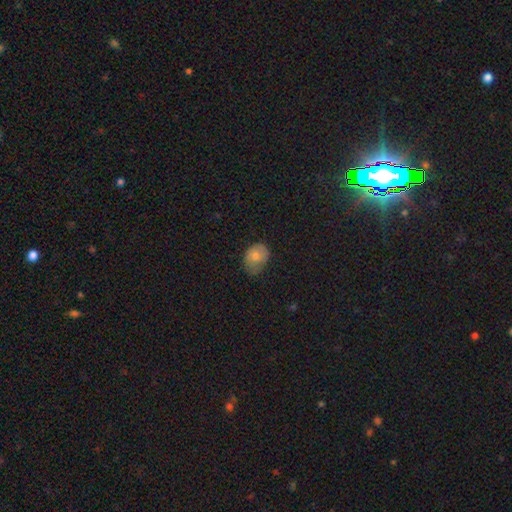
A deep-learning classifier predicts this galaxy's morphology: Smooth or featured? smooth (76%)
How rounded? in between (66%)
Merging? none (48%)